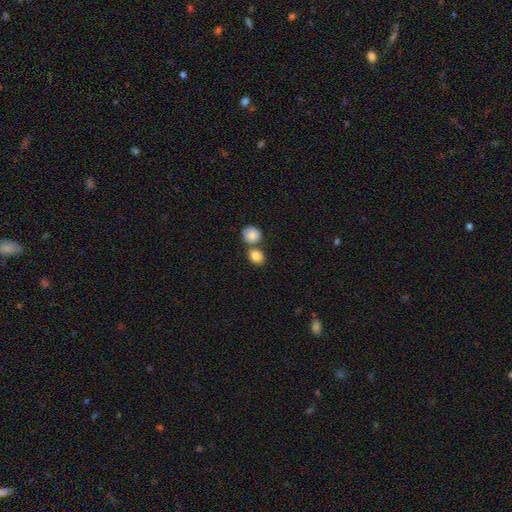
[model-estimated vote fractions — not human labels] A smooth galaxy with no disk features (85%) that is round (52%).

Vote fractions:
- Smooth or featured? smooth: 85% / star or artifact: 8% / featured or disk: 6%
- How rounded? round: 52% / in between: 47% / cigar-shaped: 1%
- Merging? none: 52% / merger: 37% / minor disturbance: 9% / major disturbance: 3%